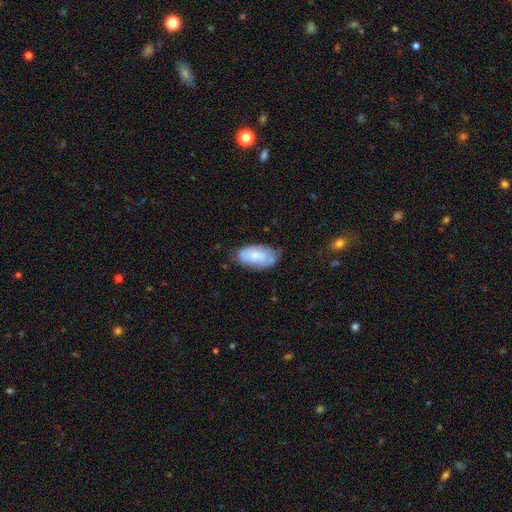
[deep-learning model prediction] smooth_or_featured: smooth (p=0.59) [alt: featured or disk p=0.35]
how_rounded: in between (p=0.94) [alt: round p=0.04]
merging: none (p=0.60) [alt: minor disturbance p=0.29]